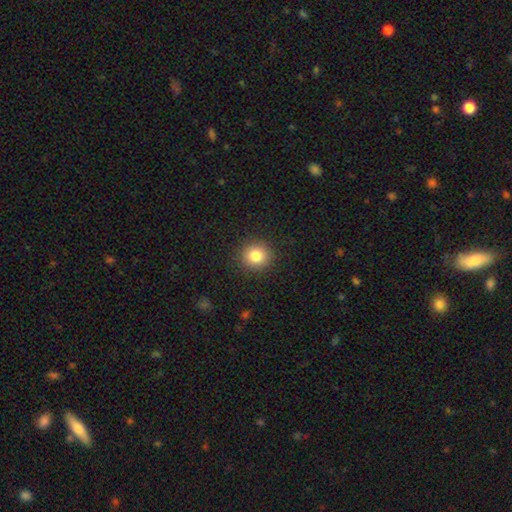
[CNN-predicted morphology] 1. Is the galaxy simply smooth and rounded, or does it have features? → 83% smooth, 11% star or artifact, 7% featured or disk.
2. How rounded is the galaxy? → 90% round, 9% in between, 1% cigar-shaped.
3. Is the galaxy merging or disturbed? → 90% none, 6% minor disturbance, 2% major disturbance, 1% merger.